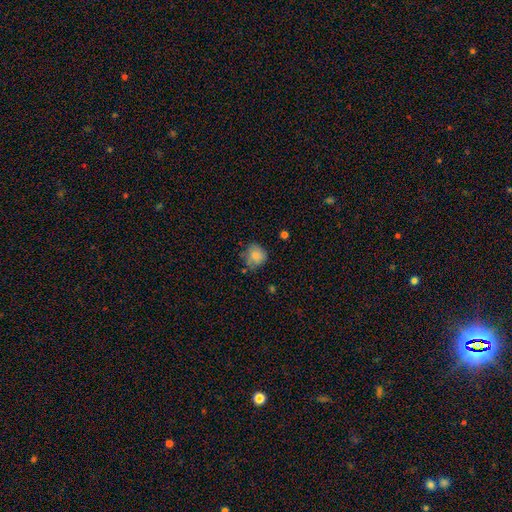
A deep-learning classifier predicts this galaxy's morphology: A smooth galaxy with no disk features (80%) that is round (80%). Merging: none (61%).